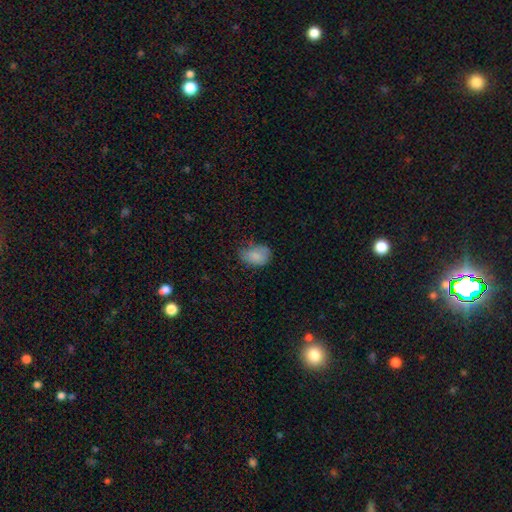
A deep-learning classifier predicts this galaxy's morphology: Smooth or featured? smooth (81%)
How rounded? in between (77%)
Merging? none (57%)